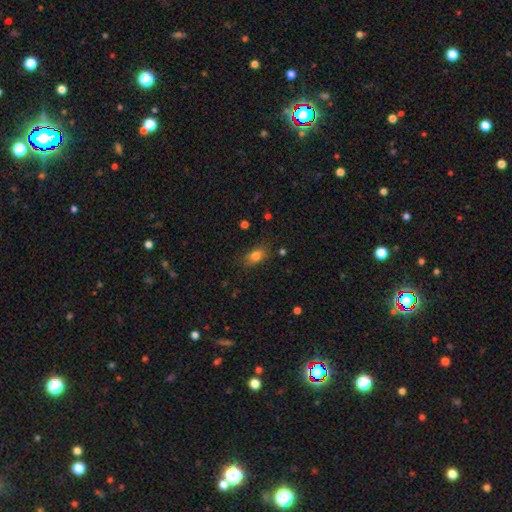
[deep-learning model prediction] Smooth or featured: smooth — 80% (star or artifact — 11%)
How rounded: in between — 77% (round — 20%)
Merging: none — 76% (minor disturbance — 17%)